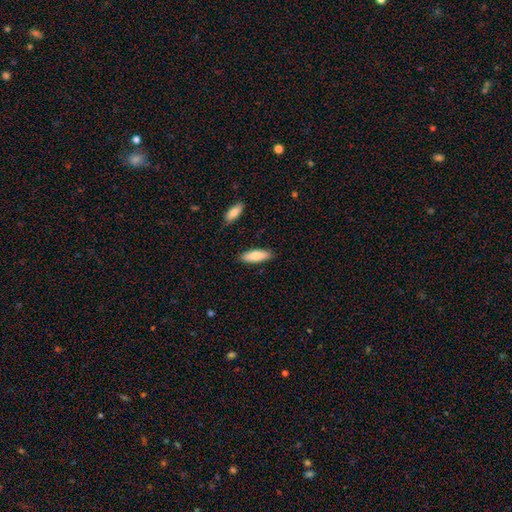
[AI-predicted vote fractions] smooth-or-featured: smooth: 83% | featured or disk: 12% | star or artifact: 6%
  how-rounded: in between: 62% | cigar-shaped: 37% | round: 2%
  merging: none: 87% | minor disturbance: 9% | merger: 2% | major disturbance: 2%